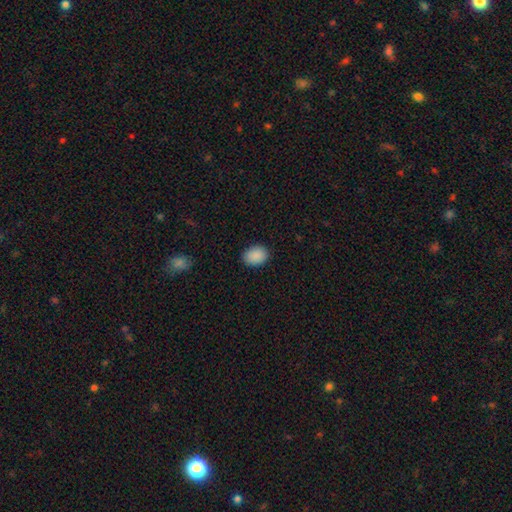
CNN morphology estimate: A smooth galaxy with no disk features (90%) that is in between round and cigar-shaped (69%). Merging: none (88%).